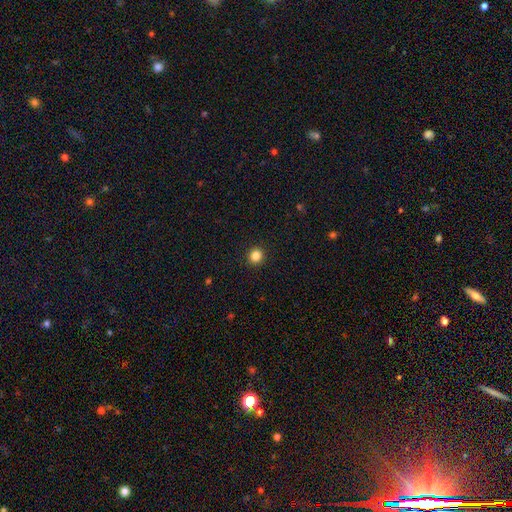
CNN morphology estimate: type=smooth (84%); roundness=round (90%); merging=none (93%).